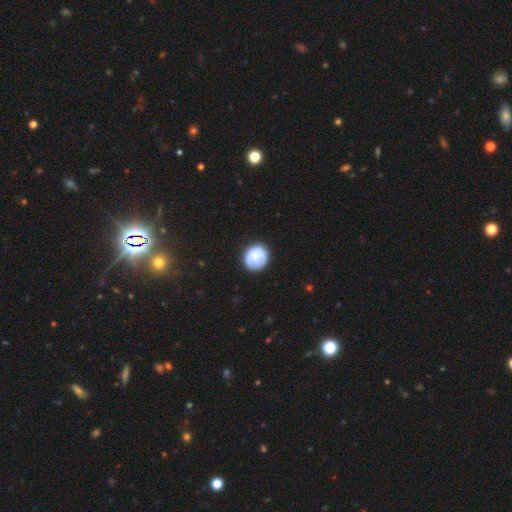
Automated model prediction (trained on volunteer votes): Smooth or featured: smooth — 71% (featured or disk — 22%)
How rounded: round — 79% (in between — 20%)
Merging: none — 74% (minor disturbance — 19%)